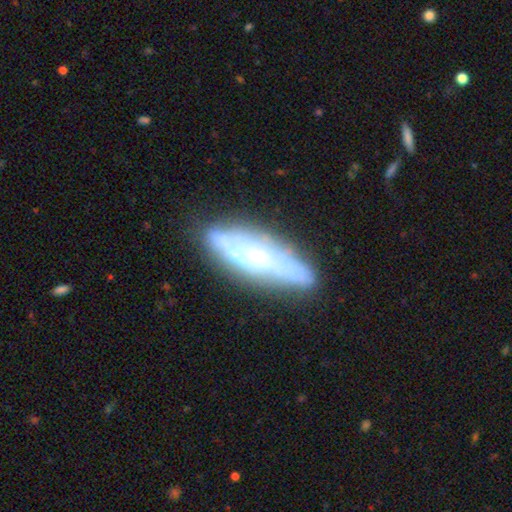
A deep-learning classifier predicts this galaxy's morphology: type=featured or disk (62%); edge-on=no (63%); merging=none (66%).